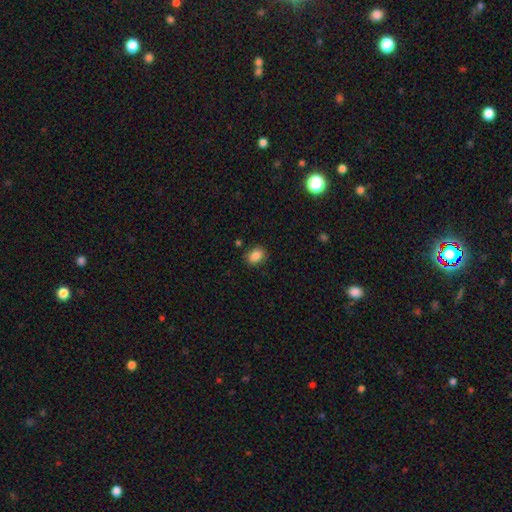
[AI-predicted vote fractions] Smooth or featured: smooth — 85% (star or artifact — 9%)
How rounded: in between — 60% (round — 39%)
Merging: none — 86% (minor disturbance — 10%)